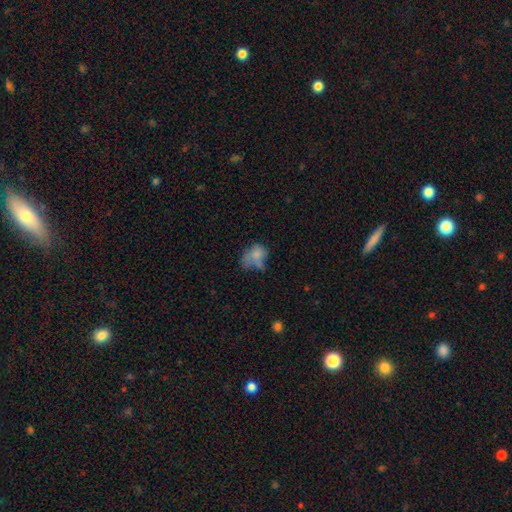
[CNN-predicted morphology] Smooth or featured: smooth — 68% (featured or disk — 19%)
How rounded: in between — 69% (round — 30%)
Merging: major disturbance — 31% (none — 27%)